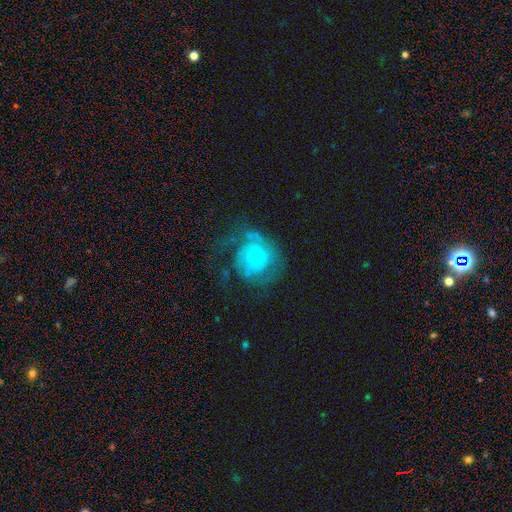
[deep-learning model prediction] Smooth or featured?
  - featured or disk: 72% *
  - smooth: 21%
  - star or artifact: 7%
Edge-on disk?
  - no: 98% *
  - yes: 2%
Bar?
  - no: 75% *
  - weak: 22%
  - strong: 4%
Spiral arms?
  - yes: 83% *
  - no: 17%
Spiral winding?
  - tight: 49% *
  - medium: 34%
  - loose: 17%
Spiral arm count?
  - can't tell: 34% *
  - 2: 33%
  - 1: 13%
  - 3: 12%
  - 4: 4%
  - more than 4: 4%
Bulge size?
  - small: 65% *
  - moderate: 31%
  - large: 2%
  - none: 2%
  - dominant: 1%
Merging?
  - none: 46% *
  - major disturbance: 30%
  - minor disturbance: 22%
  - merger: 2%